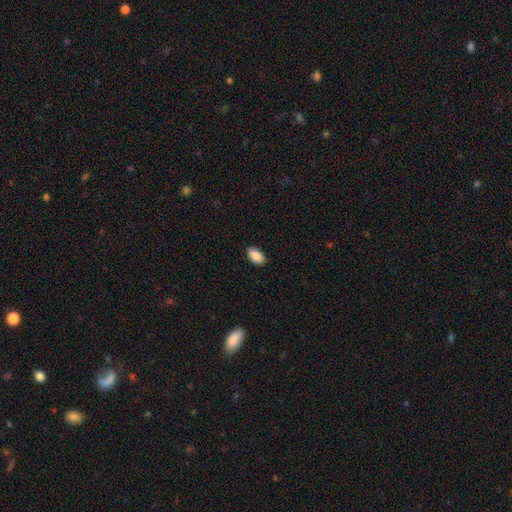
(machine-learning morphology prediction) Smooth or featured: smooth — 90% (star or artifact — 7%)
How rounded: in between — 95% (round — 3%)
Merging: none — 88% (minor disturbance — 9%)